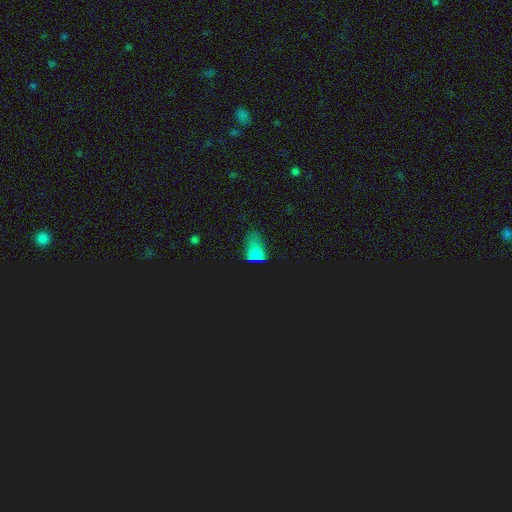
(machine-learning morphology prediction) smooth-or-featured: smooth: 52% | star or artifact: 36% | featured or disk: 12%
  how-rounded: in between: 77% | round: 18% | cigar-shaped: 5%
  merging: major disturbance: 34% | none: 30% | minor disturbance: 27% | merger: 8%